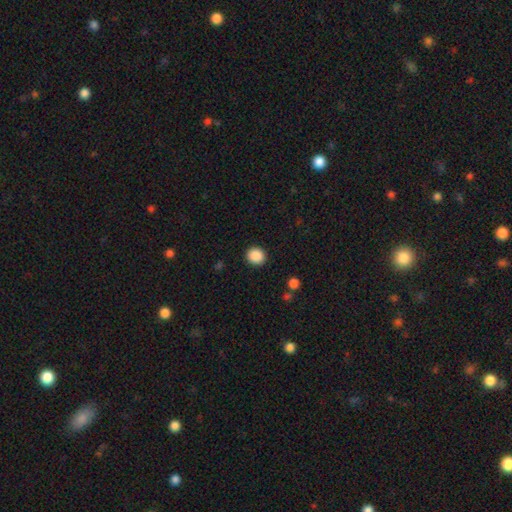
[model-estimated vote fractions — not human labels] Overall: smooth (89%). How rounded: round (88%). Merging: none (92%).